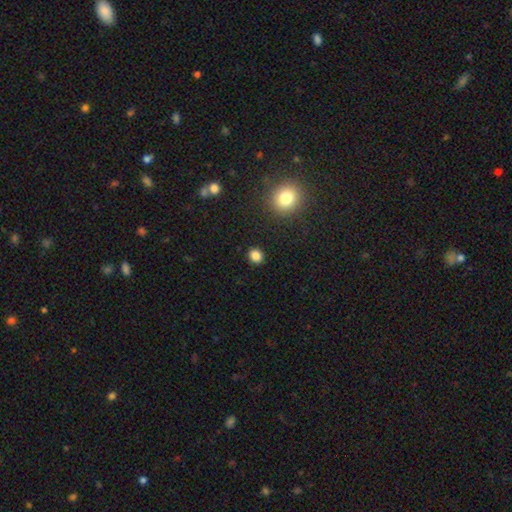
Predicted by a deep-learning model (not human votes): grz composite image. It shows a smooth galaxy with no disk features (84%) that is round (67%). Merging: none (90%).